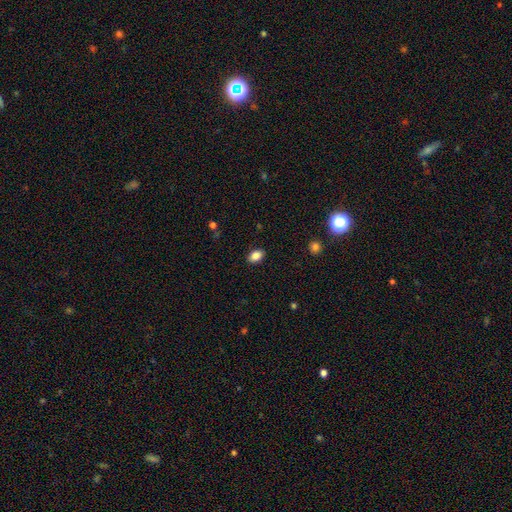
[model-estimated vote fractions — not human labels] smooth 86%, star or artifact 9%, featured or disk 5%. Down the decision tree: how rounded — in between (85%); merging — none (88%).